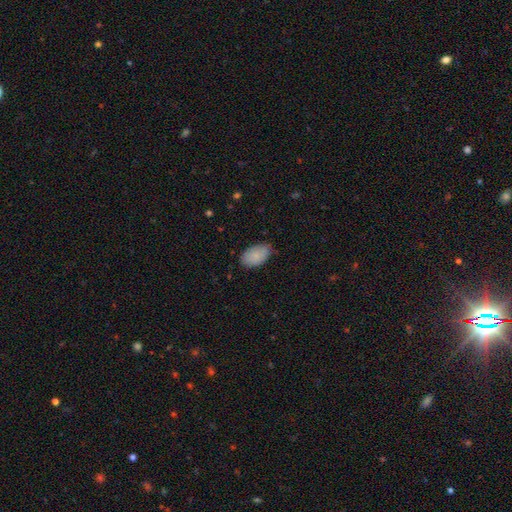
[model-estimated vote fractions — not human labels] The model was most divided on "merging": none: 76%, minor disturbance: 20%, major disturbance: 3%, merger: 1%. More confident: how rounded — in between (93%); smooth or featured — smooth (87%).